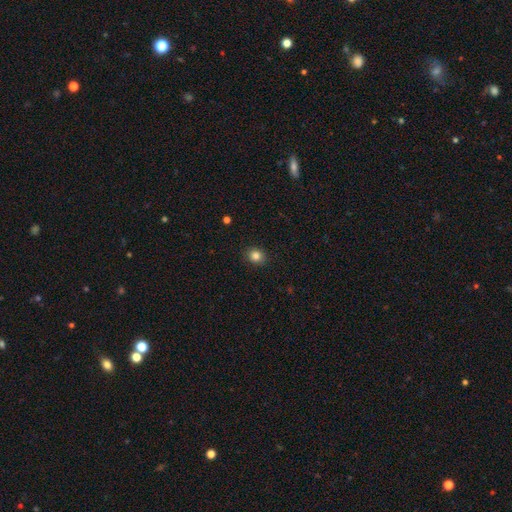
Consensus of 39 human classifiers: A smooth galaxy with no disk features (82%) that is round (66%).

Vote fractions:
- Smooth or featured? smooth: 82% / featured or disk: 13% / star or artifact: 5%
- How rounded? round: 66% / in between: 34% / cigar-shaped: 0%
- Merging? none: 92% / minor disturbance: 5% / major disturbance: 3% / merger: 0%